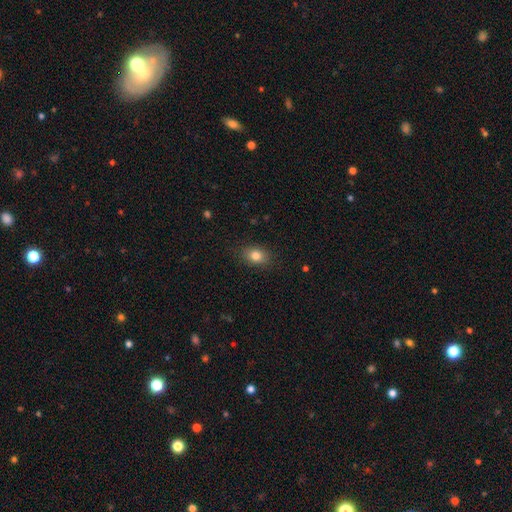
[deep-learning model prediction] Smooth or featured: smooth — 82% (star or artifact — 10%)
How rounded: in between — 69% (round — 30%)
Merging: none — 87% (minor disturbance — 10%)